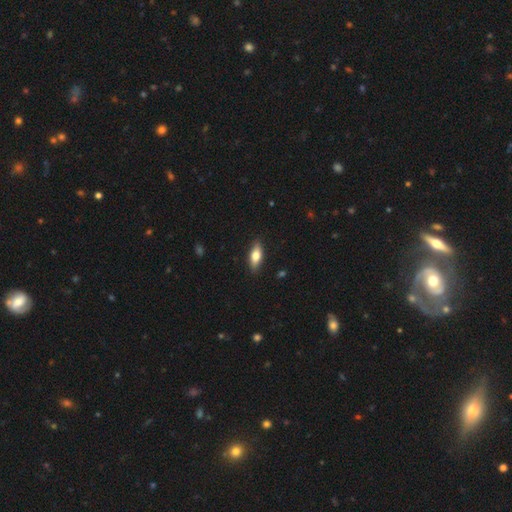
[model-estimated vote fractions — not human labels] A smooth galaxy with no disk features (70%) that is in between round and cigar-shaped (70%). Merging: none (87%).